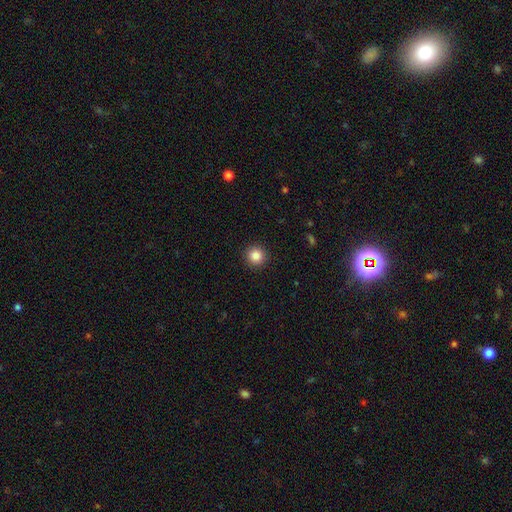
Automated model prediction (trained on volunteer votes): A smooth galaxy with no disk features (85%) that is round (95%).

Vote fractions:
- Smooth or featured? smooth: 85% / star or artifact: 10% / featured or disk: 4%
- How rounded? round: 95% / in between: 4% / cigar-shaped: 1%
- Merging? none: 93% / minor disturbance: 5% / major disturbance: 2% / merger: 1%